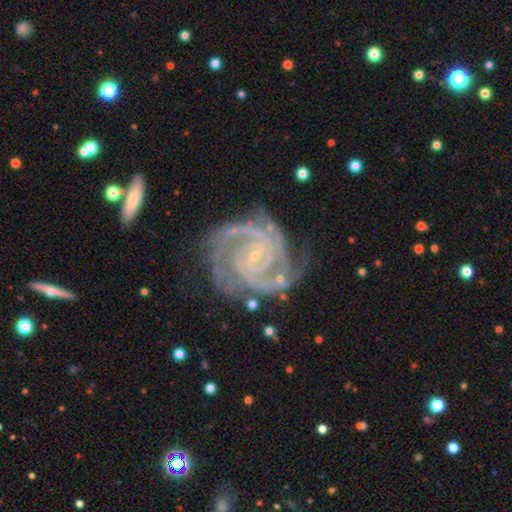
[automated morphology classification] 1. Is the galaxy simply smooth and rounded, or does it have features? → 92% featured or disk, 5% star or artifact, 3% smooth.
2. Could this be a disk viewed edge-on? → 98% no, 2% yes.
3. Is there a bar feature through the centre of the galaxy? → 55% no, 28% weak, 17% strong.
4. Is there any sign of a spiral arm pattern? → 99% yes, 1% no.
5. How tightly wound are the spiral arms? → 73% tight, 25% medium, 3% loose.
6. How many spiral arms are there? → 41% 2, 26% 3, 12% 4, 9% can't tell, 6% more than 4, 6% 1.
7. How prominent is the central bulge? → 87% small, 7% moderate, 4% none, 1% large, 1% dominant.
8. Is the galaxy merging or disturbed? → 70% none, 19% minor disturbance, 7% major disturbance, 3% merger.